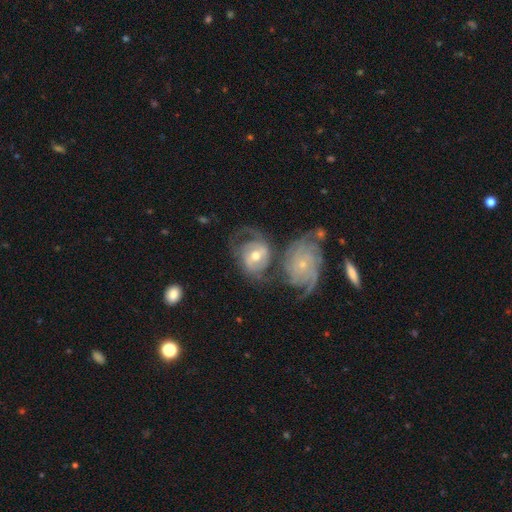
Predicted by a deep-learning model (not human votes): Smooth or featured: featured or disk — 82% (smooth — 13%)
Edge-on disk: no — 97% (yes — 3%)
Bar: no — 41% (weak — 38%)
Spiral arms: yes — 93% (no — 7%)
Spiral winding: tight — 51% (medium — 36%)
Spiral arm count: 2 — 41% (can't tell — 24%)
Bulge size: moderate — 60% (small — 32%)
Merging: none — 38% (merger — 36%)